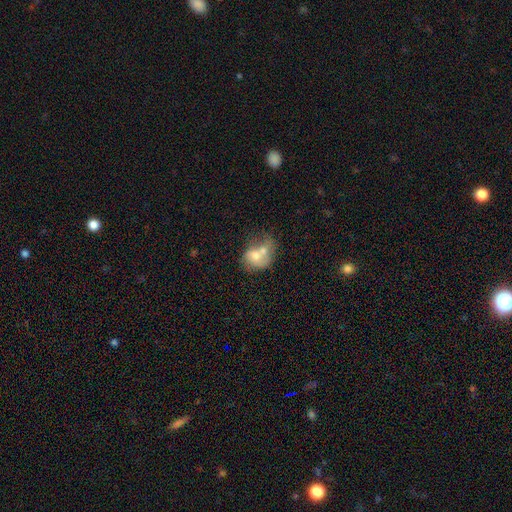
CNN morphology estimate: The model was most divided on "how rounded": in between: 55%, round: 44%, cigar-shaped: 1%. More confident: merging — merger (61%); smooth or featured — smooth (58%).